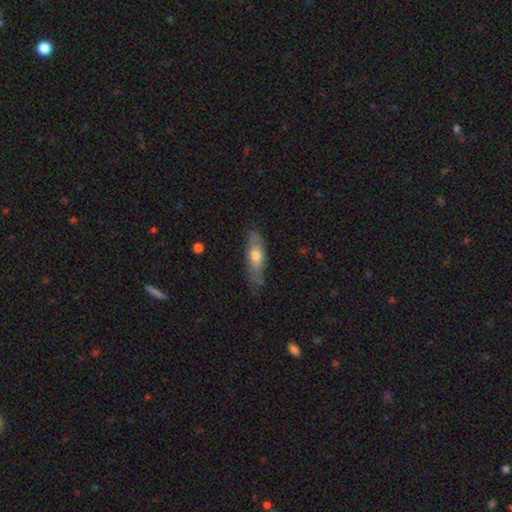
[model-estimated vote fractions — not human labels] A smooth galaxy with no disk features (60%) that is in between round and cigar-shaped (53%). Merging: none (63%).